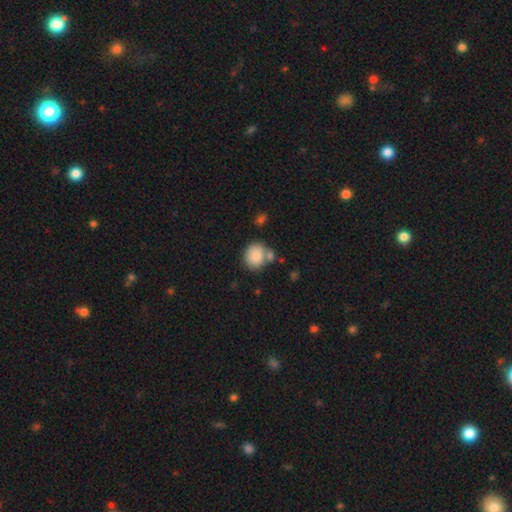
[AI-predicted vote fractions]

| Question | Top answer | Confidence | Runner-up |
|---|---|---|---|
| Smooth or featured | smooth | 85% | star or artifact (8%) |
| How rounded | round | 77% | in between (23%) |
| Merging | none | 59% | merger (23%) |